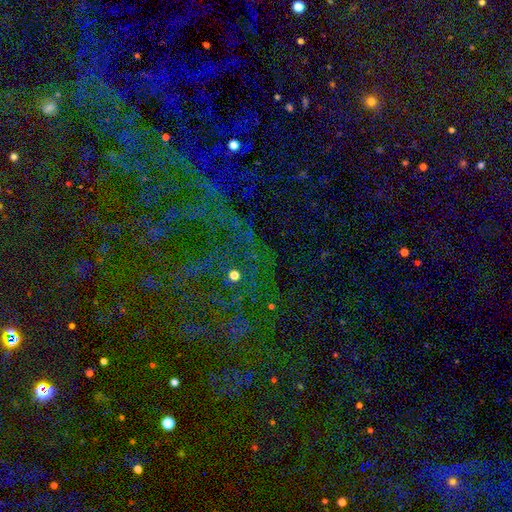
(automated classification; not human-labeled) Smooth or featured?
  - star or artifact: 80% *
  - featured or disk: 10%
  - smooth: 10%